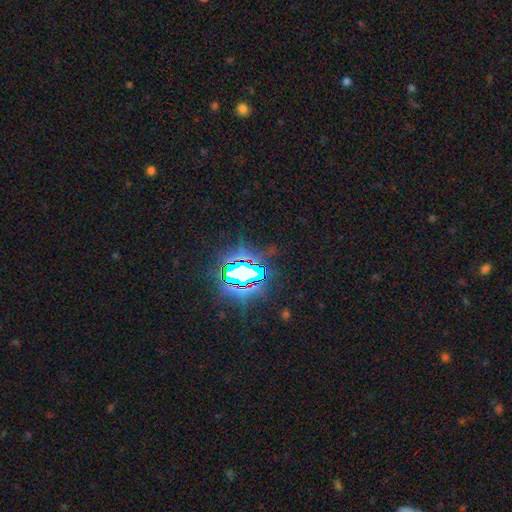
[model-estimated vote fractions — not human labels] Smooth or featured? Predicted: star or artifact (p=0.83).